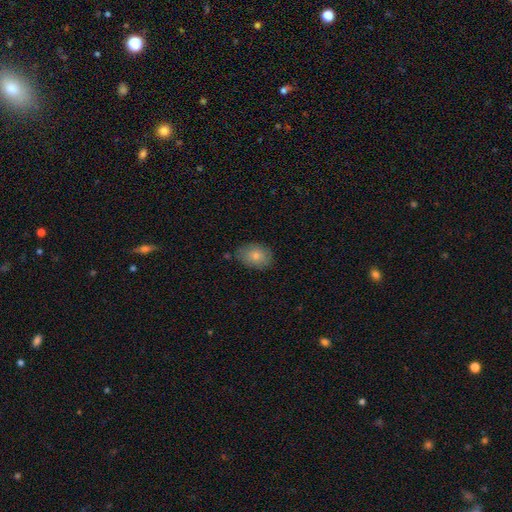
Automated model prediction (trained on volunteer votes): Smooth or featured: smooth — 80% (featured or disk — 12%)
How rounded: in between — 73% (round — 26%)
Merging: none — 76% (minor disturbance — 18%)